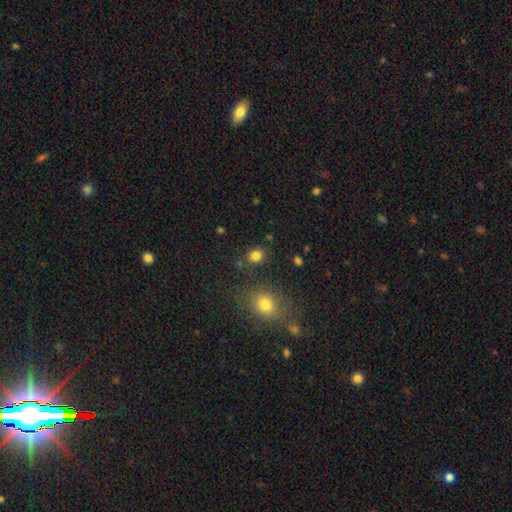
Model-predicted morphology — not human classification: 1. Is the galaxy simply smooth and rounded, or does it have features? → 81% smooth, 14% star or artifact, 5% featured or disk.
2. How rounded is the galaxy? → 62% round, 37% in between, 1% cigar-shaped.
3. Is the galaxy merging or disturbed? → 81% none, 10% minor disturbance, 6% merger, 4% major disturbance.